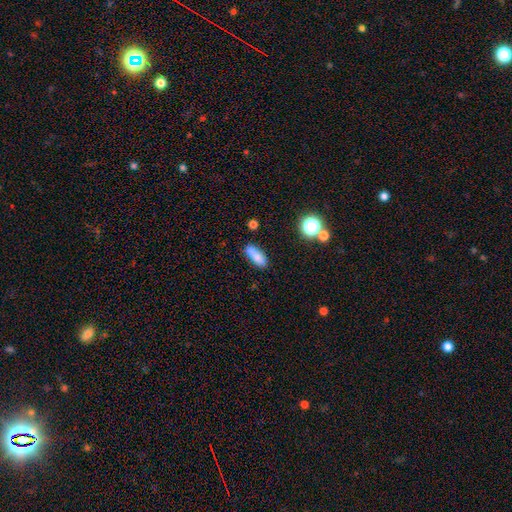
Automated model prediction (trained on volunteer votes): Overall: smooth (76%). How rounded: in between (64%; cigar-shaped 30%). Merging: none (58%; merger 20%).